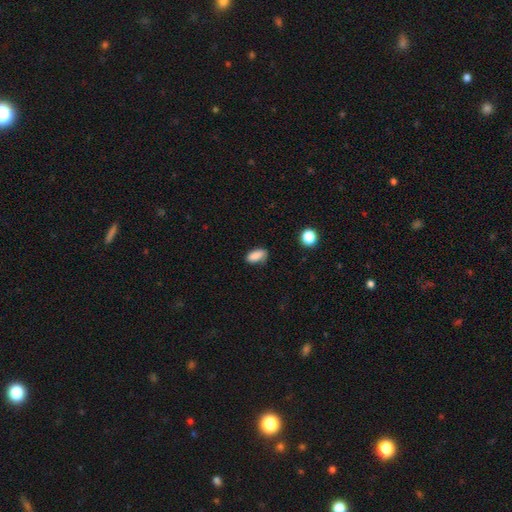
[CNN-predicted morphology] This is clearly a smooth galaxy (86%). How rounded: clearly in between (88%). Merging: likely none (74%).